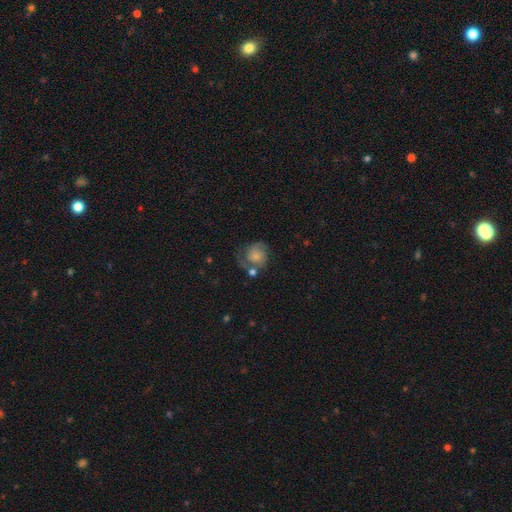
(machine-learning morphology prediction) Overall: featured or disk (63%; smooth 28%). Edge-on disk: no (98%). Bar: no (75%). Spiral arms: yes (91%). Spiral arm count: 2 (68%). Spiral winding: medium (45%; tight 32%). Bulge size: small (51%; moderate 28%). Merging: none (46%; minor disturbance 22%).